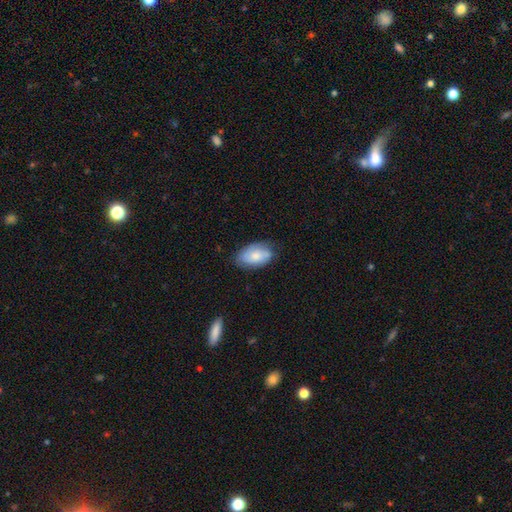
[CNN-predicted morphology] Smooth or featured? Predicted: smooth (p=0.67). How rounded? Predicted: in between (p=0.92). Merging? Predicted: none (p=0.72).